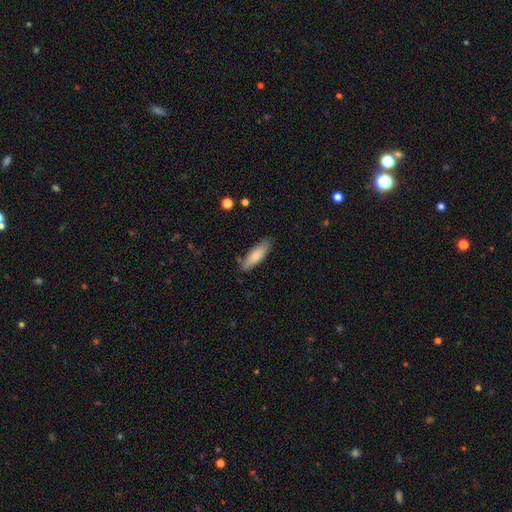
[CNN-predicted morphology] type=smooth (80%); roundness=cigar-shaped (55%); merging=none (79%).